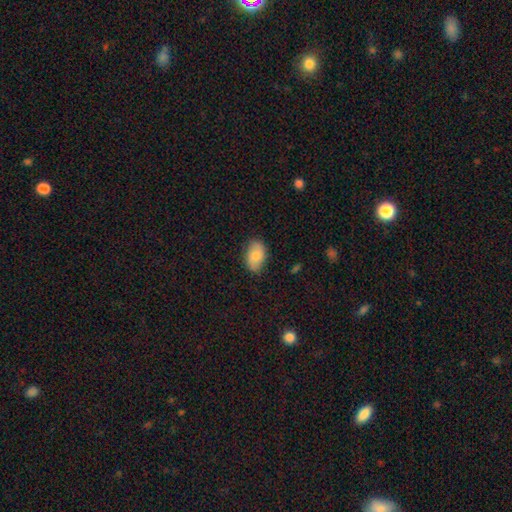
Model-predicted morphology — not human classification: smooth_or_featured: smooth (p=0.77) [alt: featured or disk p=0.16]
how_rounded: in between (p=0.91) [alt: round p=0.08]
merging: none (p=0.80) [alt: minor disturbance p=0.16]